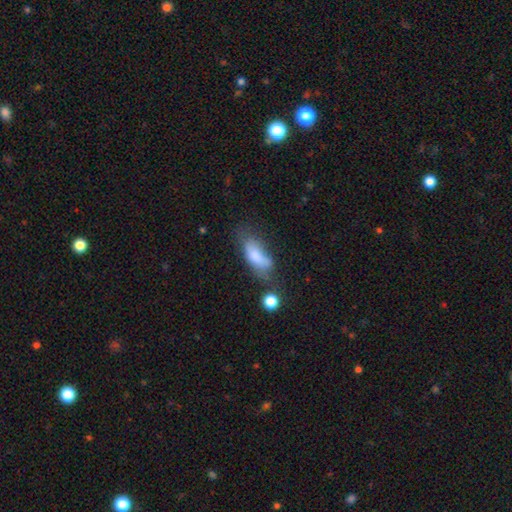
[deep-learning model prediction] Smooth or featured: smooth — 73% (featured or disk — 18%)
How rounded: in between — 73% (cigar-shaped — 24%)
Merging: none — 39% (minor disturbance — 31%)